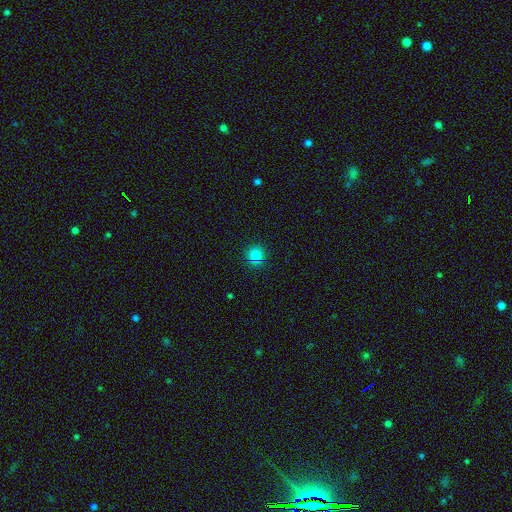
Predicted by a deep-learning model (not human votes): Morphology: type=smooth (80%); roundness=round (93%); merging=none (88%).